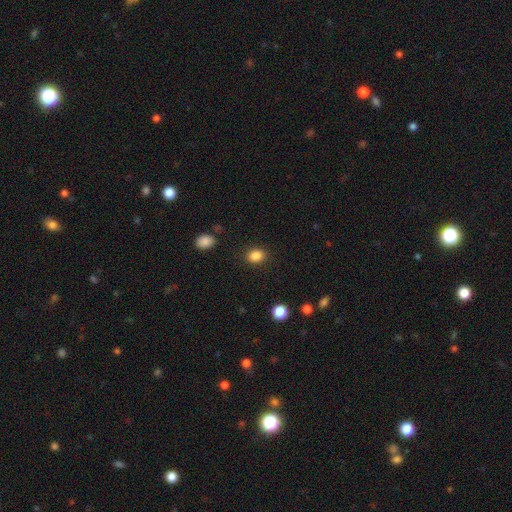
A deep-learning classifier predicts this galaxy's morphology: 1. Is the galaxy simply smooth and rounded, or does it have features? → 86% smooth, 10% star or artifact, 4% featured or disk.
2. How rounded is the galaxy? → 57% in between, 42% round, 1% cigar-shaped.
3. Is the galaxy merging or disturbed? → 87% none, 9% minor disturbance, 3% major disturbance, 1% merger.